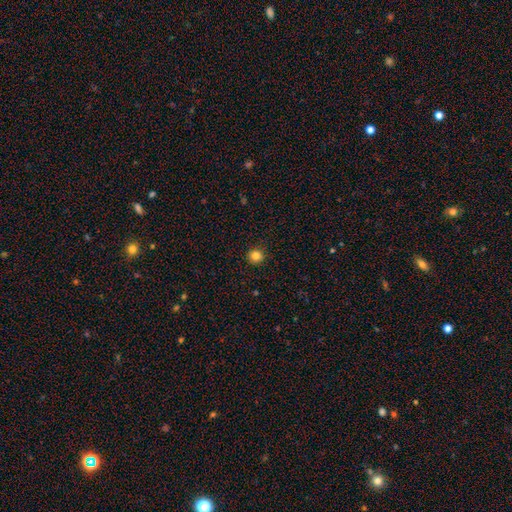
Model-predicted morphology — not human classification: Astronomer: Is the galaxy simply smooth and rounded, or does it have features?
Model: smooth — 84%.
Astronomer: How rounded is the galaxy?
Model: round — 93%.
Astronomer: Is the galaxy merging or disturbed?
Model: none — 92%.